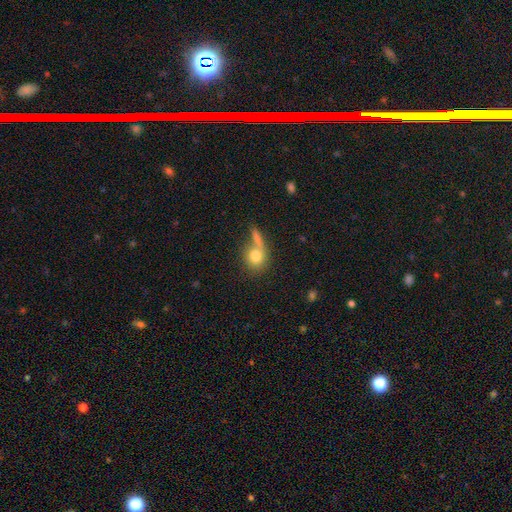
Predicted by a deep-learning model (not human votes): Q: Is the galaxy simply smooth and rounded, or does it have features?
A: smooth — 77%.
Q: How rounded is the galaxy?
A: round — 68%.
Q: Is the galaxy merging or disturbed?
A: none — 46%.